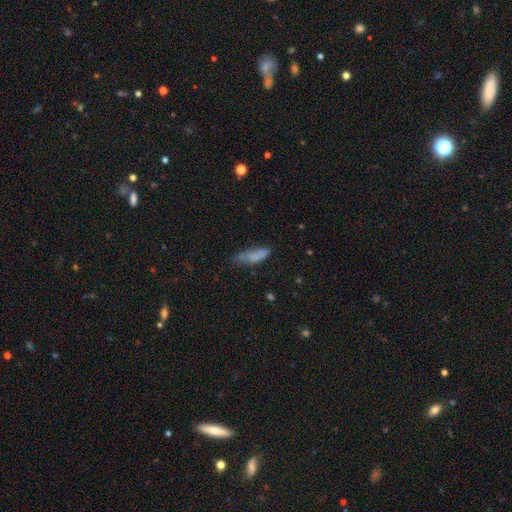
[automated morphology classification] Overall: smooth (76%). How rounded: in between (50%; cigar-shaped 48%). Merging: none (45%; minor disturbance 34%).